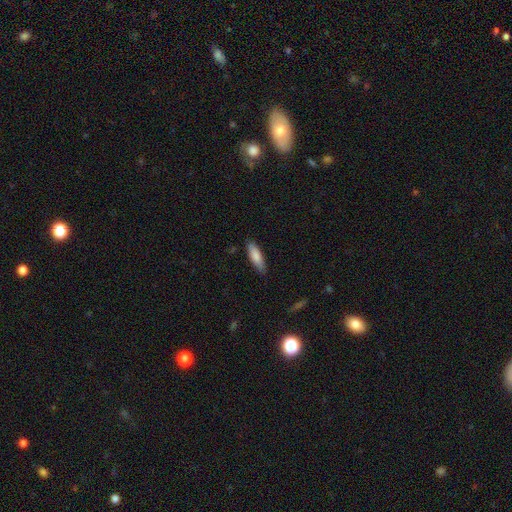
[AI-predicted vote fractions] Morphology: type=smooth (82%); roundness=cigar-shaped (55%); merging=none (81%).